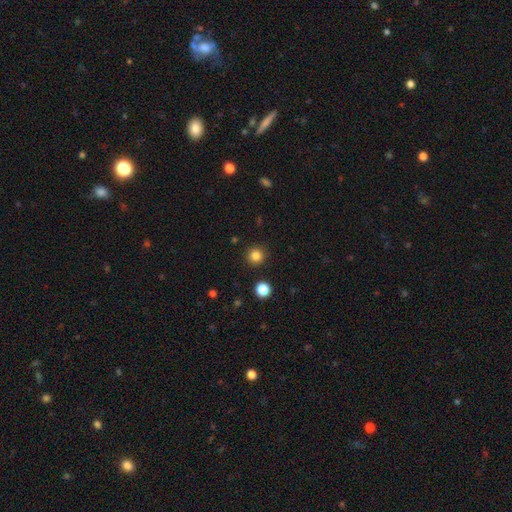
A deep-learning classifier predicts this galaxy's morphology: Smooth or featured: smooth — 83% (star or artifact — 13%)
How rounded: round — 95% (in between — 4%)
Merging: none — 92% (minor disturbance — 5%)